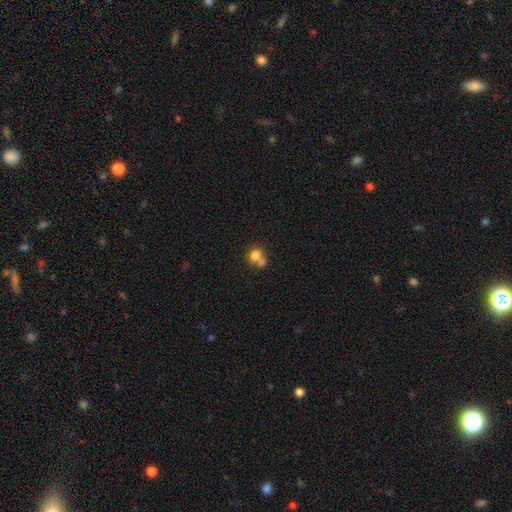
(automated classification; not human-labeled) Smooth or featured? smooth (78%)
How rounded? round (82%)
Merging? merger (52%)